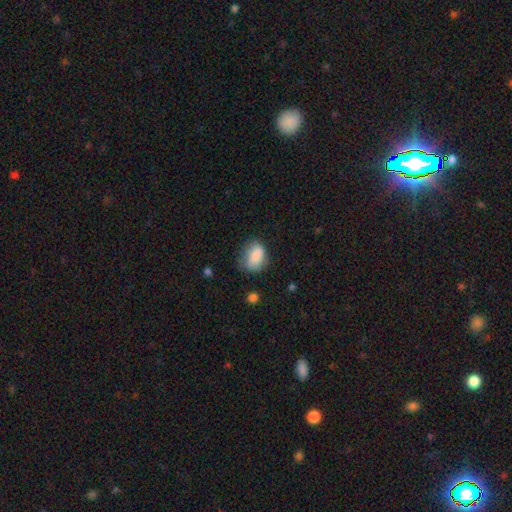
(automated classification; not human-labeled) A smooth galaxy with no disk features (83%) that is in between round and cigar-shaped (76%). Merging: none (55%).